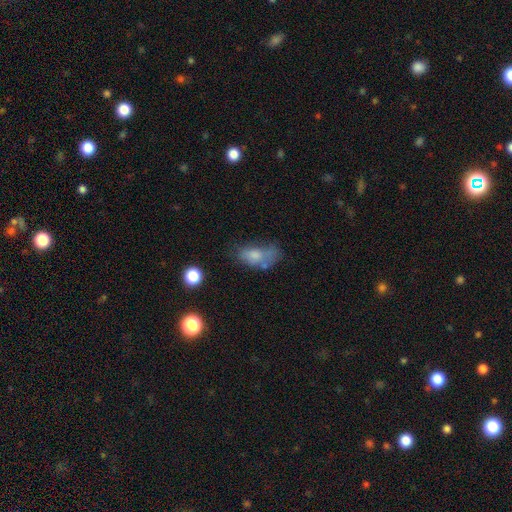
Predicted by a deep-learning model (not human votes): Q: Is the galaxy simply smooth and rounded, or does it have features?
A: smooth — 68%.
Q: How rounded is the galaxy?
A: in between — 86%.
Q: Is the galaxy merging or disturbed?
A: none — 31%.